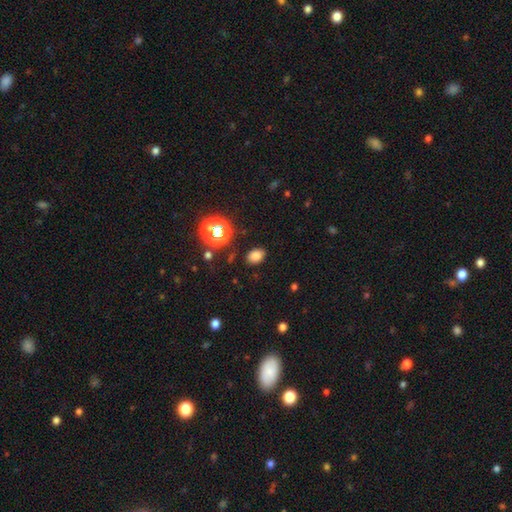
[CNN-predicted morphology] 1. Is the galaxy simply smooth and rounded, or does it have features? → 77% smooth, 17% star or artifact, 6% featured or disk.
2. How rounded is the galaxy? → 77% in between, 22% round, 1% cigar-shaped.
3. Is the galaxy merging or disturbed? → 85% none, 10% minor disturbance, 3% major disturbance, 2% merger.